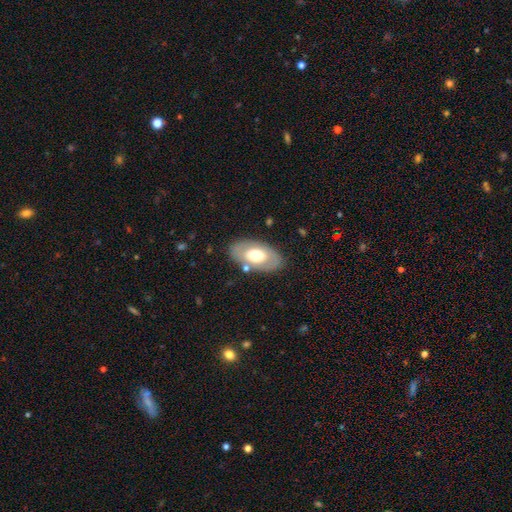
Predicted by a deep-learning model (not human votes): Q: Smooth or featured?
A: smooth (51%); runner-up: featured or disk (43%)
Q: How rounded?
A: in between (91%); runner-up: round (7%)
Q: Merging?
A: none (80%); runner-up: minor disturbance (12%)